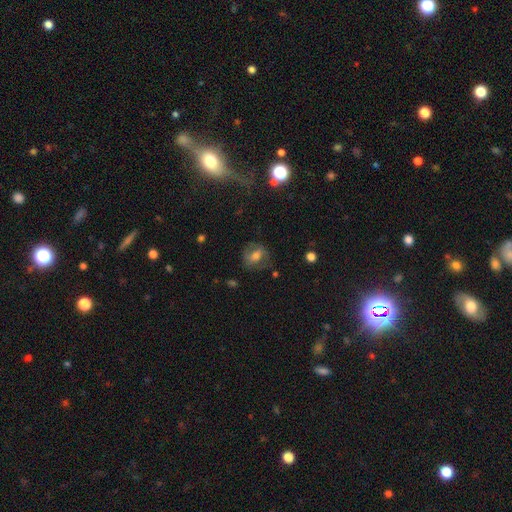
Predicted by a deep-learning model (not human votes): This appears to be a smooth galaxy with no disk features (50%) that is round (56%). Merging: none (67%).